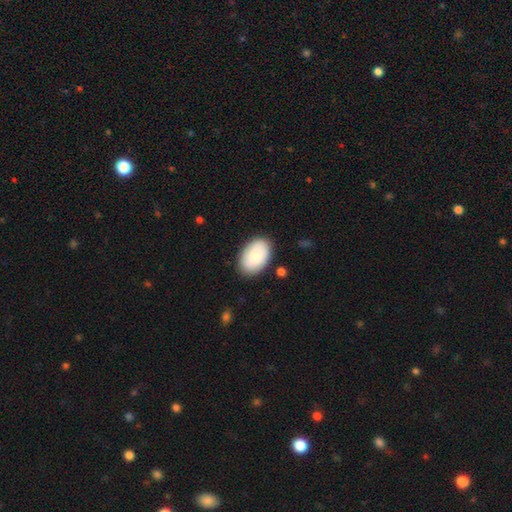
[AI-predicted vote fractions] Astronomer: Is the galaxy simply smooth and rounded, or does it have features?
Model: smooth — 85%.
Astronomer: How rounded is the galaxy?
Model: in between — 91%.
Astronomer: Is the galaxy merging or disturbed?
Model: none — 85%.